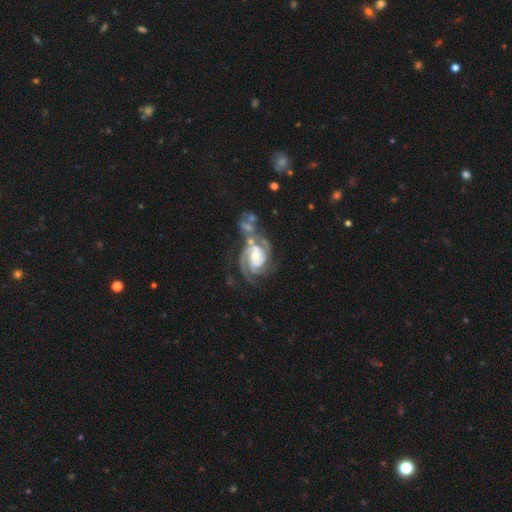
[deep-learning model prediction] Overall: featured or disk (90%). Edge-on disk: no (98%). Bar: no (53%; weak 34%). Spiral arms: yes (97%). Spiral arm count: 2 (55%; 3 19%). Spiral winding: tight (56%; medium 35%). Bulge size: moderate (62%; small 29%). Merging: none (32%; merger 31%).